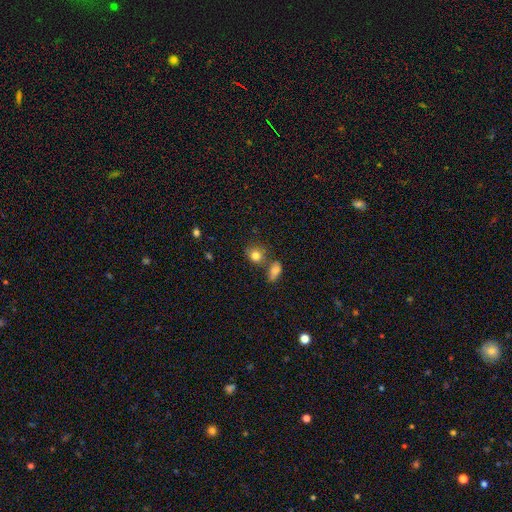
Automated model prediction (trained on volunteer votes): A smooth galaxy with no disk features (81%) that is round (71%).

Vote fractions:
- Smooth or featured? smooth: 81% / star or artifact: 10% / featured or disk: 9%
- How rounded? round: 71% / in between: 27% / cigar-shaped: 2%
- Merging? none: 57% / merger: 23% / minor disturbance: 15% / major disturbance: 5%